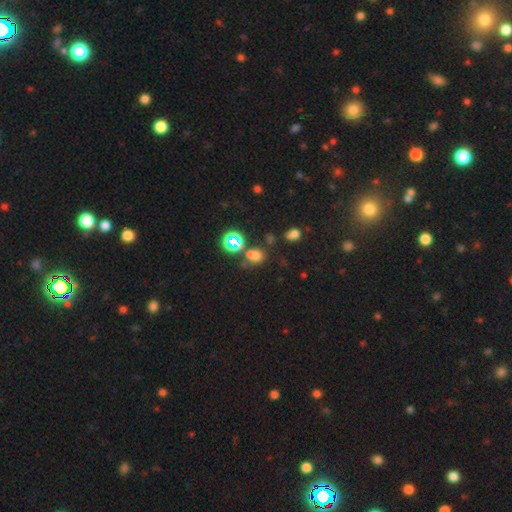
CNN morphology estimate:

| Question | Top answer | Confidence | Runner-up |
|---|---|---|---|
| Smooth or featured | smooth | 55% | star or artifact (36%) |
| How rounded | round | 60% | in between (38%) |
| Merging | none | 56% | merger (22%) |